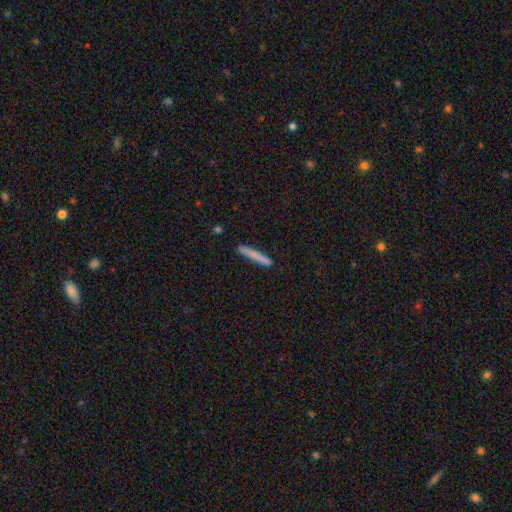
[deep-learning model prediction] A smooth galaxy with no disk features (78%) that is cigar-shaped (96%).

Vote fractions:
- Smooth or featured? smooth: 78% / featured or disk: 16% / star or artifact: 6%
- How rounded? cigar-shaped: 96% / in between: 3% / round: 1%
- Merging? none: 88% / minor disturbance: 9% / major disturbance: 2% / merger: 2%